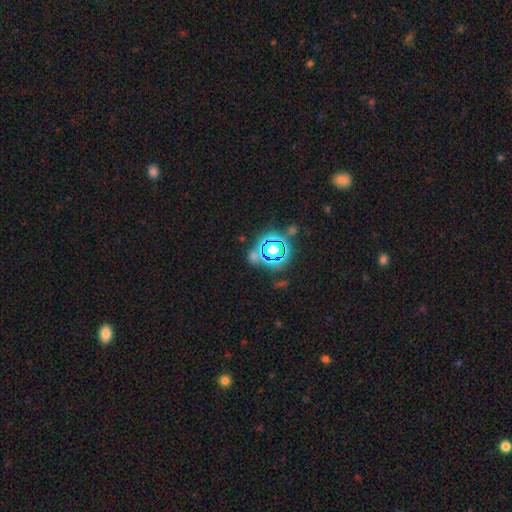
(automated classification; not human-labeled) Smooth or featured? Predicted: star or artifact (p=0.72).